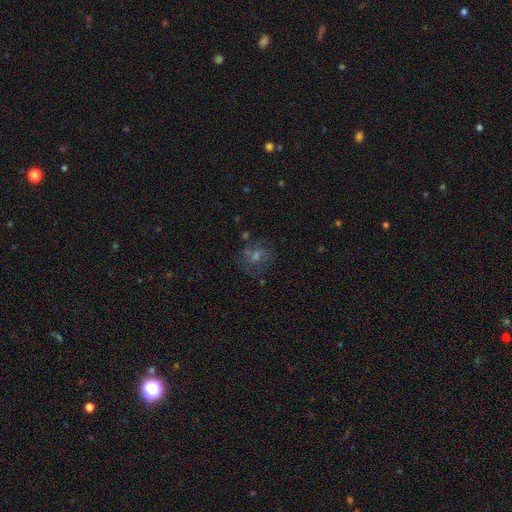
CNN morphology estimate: Smooth or featured? featured or disk (47%)
Merging? none (70%)